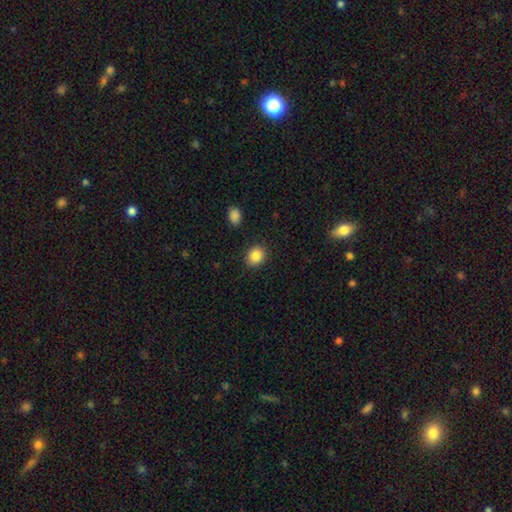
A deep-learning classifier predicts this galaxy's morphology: This appears to be a smooth galaxy with no disk features (86%) that is round (66%). Merging: none (89%).